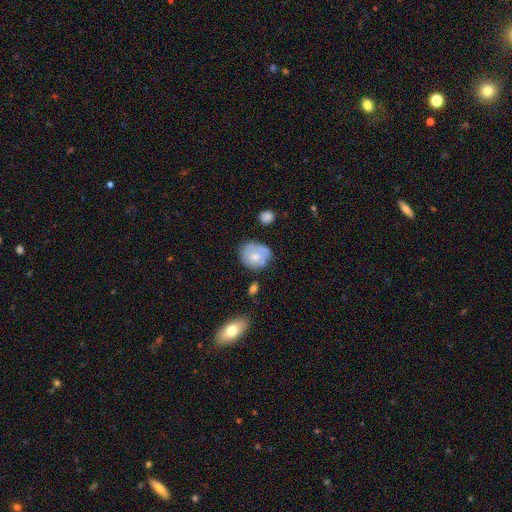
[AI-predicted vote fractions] smooth-or-featured: smooth: 61% | featured or disk: 31% | star or artifact: 7%
  how-rounded: round: 67% | in between: 32% | cigar-shaped: 1%
  merging: none: 57% | minor disturbance: 28% | major disturbance: 9% | merger: 5%